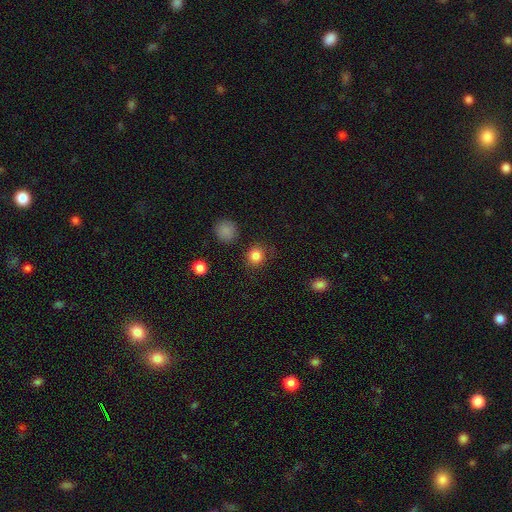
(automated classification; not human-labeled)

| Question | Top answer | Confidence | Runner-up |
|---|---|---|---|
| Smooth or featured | smooth | 84% | star or artifact (12%) |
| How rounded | round | 88% | in between (11%) |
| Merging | none | 85% | minor disturbance (9%) |